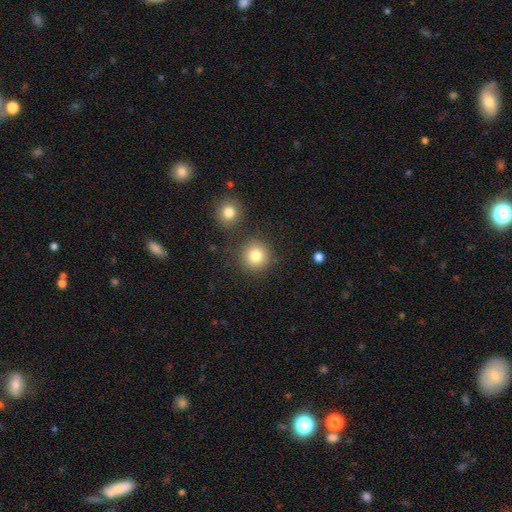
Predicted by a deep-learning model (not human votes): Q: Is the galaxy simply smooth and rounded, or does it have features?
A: smooth — 82%.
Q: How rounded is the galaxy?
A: round — 94%.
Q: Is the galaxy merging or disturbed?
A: none — 82%.